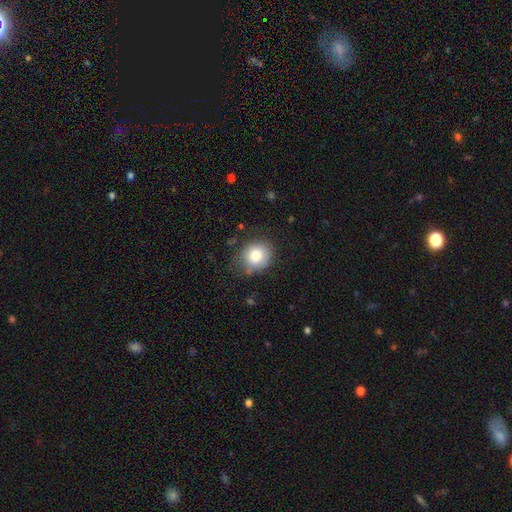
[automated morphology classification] This appears to be a smooth galaxy with no disk features (79%) that is round (76%). Merging: none (73%).